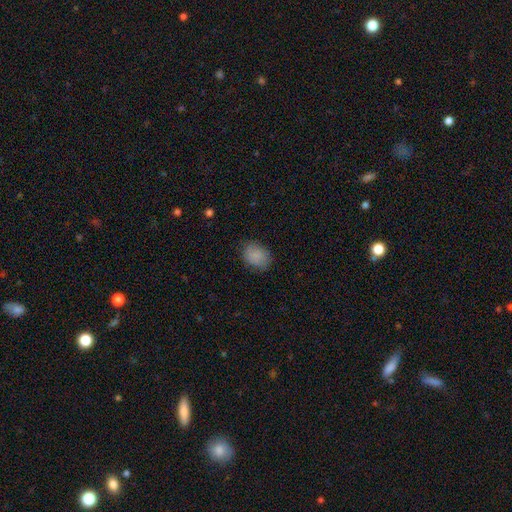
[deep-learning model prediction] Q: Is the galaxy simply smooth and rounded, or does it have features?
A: smooth — 87%.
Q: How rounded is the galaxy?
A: in between — 61%.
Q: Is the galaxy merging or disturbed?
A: none — 81%.